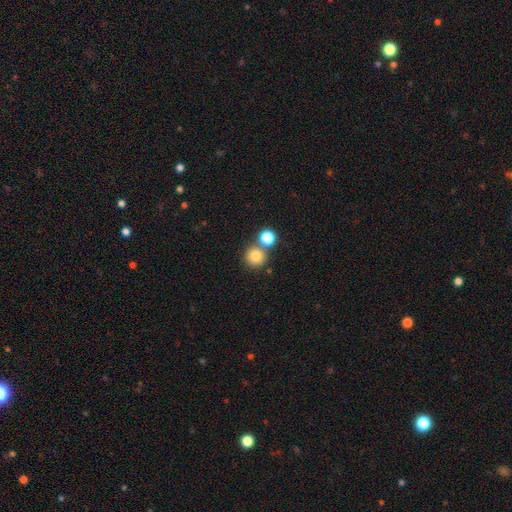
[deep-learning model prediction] Smooth or featured?
  - smooth: 80% *
  - star or artifact: 12%
  - featured or disk: 8%
How rounded?
  - round: 93% *
  - in between: 6%
  - cigar-shaped: 1%
Merging?
  - none: 67% *
  - merger: 24%
  - minor disturbance: 7%
  - major disturbance: 2%